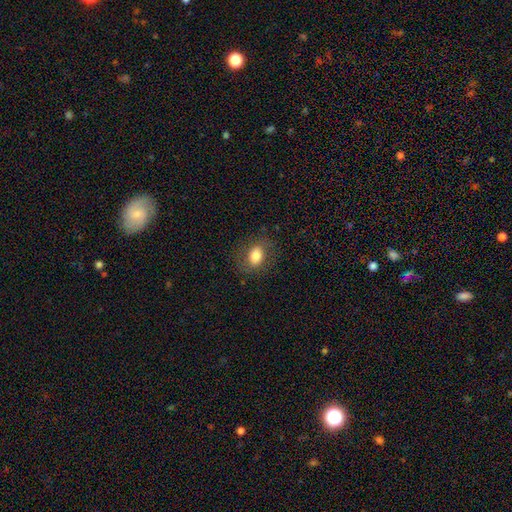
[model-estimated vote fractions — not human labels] This appears to be a smooth galaxy with no disk features (76%) that is in between round and cigar-shaped (71%). Merging: none (78%).